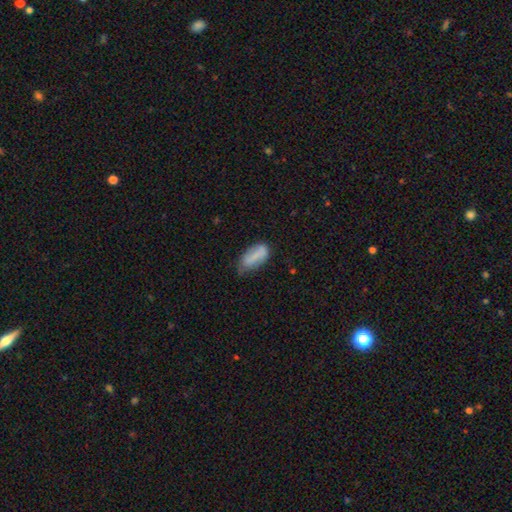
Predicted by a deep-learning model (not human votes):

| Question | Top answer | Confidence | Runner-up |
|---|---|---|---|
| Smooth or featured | smooth | 74% | featured or disk (18%) |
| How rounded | in between | 83% | cigar-shaped (14%) |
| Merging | none | 51% | minor disturbance (35%) |